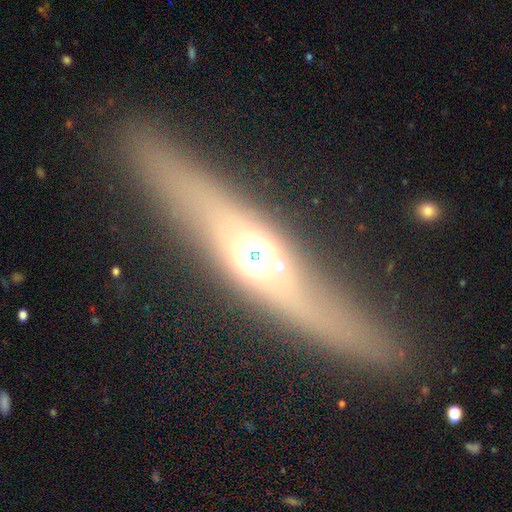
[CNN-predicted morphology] This appears to be a featured or disk galaxy (55%) viewed edge-on (65%). Merging: none (77%).